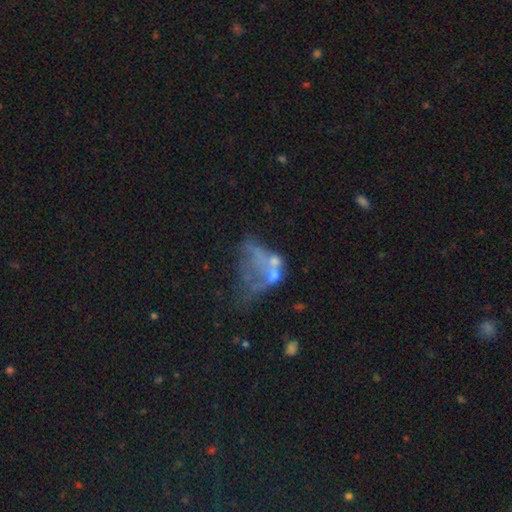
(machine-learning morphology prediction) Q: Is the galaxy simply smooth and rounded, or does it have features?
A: star or artifact — 45%.